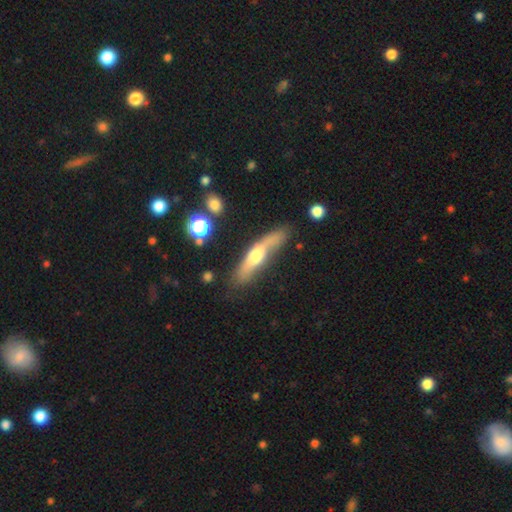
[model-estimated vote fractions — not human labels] This appears to be a featured or disk galaxy (52%) viewed edge-on (78%). Merging: none (60%).